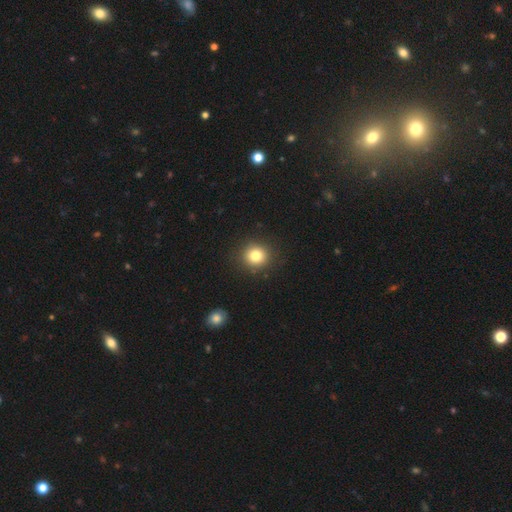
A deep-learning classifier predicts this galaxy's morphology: The model was most divided on "smooth or featured": smooth: 81%, star or artifact: 12%, featured or disk: 7%. More confident: merging — none (90%); how rounded — round (89%).